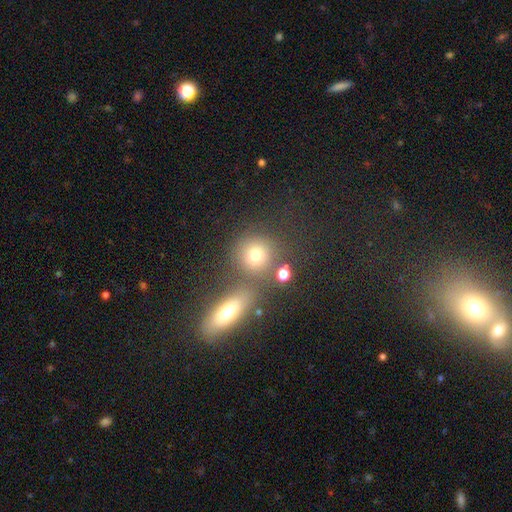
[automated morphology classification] smooth 73%, star or artifact 16%, featured or disk 11%. Down the decision tree: how rounded — round (87%); merging — none (66%).